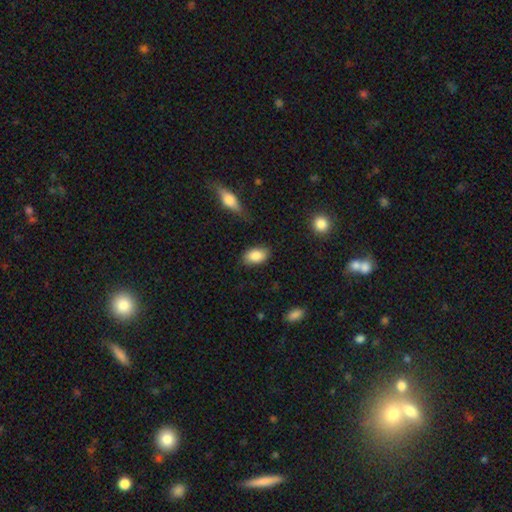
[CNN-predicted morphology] Smooth or featured: smooth — 85% (featured or disk — 8%)
How rounded: in between — 90% (round — 8%)
Merging: none — 81% (minor disturbance — 14%)